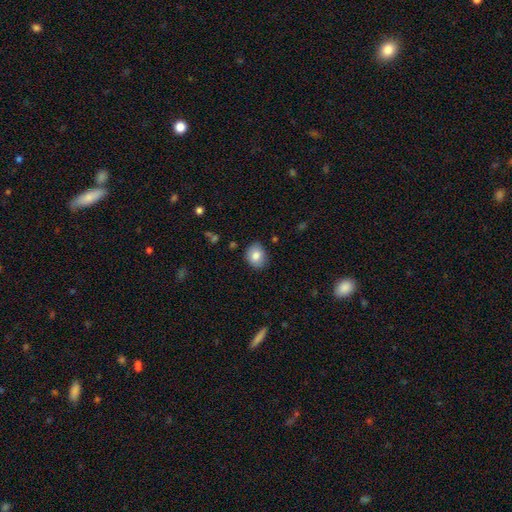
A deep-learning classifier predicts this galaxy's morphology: Overall: smooth (82%). How rounded: round (61%; in between 39%). Merging: none (83%).